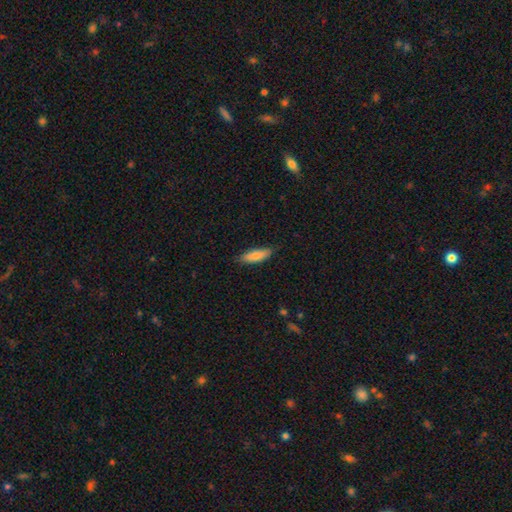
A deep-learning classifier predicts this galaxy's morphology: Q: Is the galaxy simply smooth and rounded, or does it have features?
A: smooth — 83%.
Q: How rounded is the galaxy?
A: cigar-shaped — 49%, tied with in between.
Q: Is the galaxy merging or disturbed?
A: none — 83%.